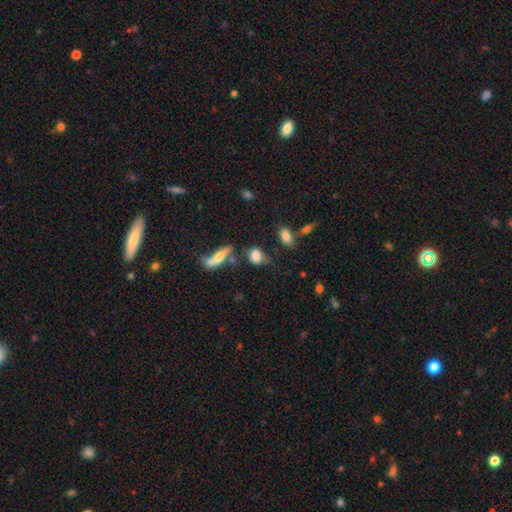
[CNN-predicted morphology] Q: Smooth or featured?
A: smooth (78%); runner-up: featured or disk (12%)
Q: How rounded?
A: in between (75%); runner-up: round (21%)
Q: Merging?
A: none (48%); runner-up: minor disturbance (25%)